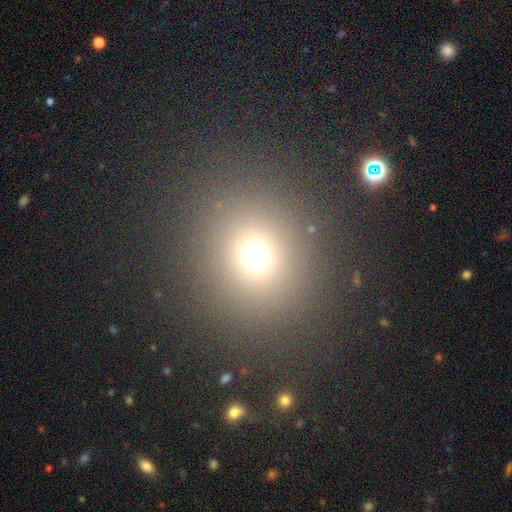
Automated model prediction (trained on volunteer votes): A smooth galaxy with no disk features (69%) that is round (82%).

Vote fractions:
- Smooth or featured? smooth: 69% / star or artifact: 22% / featured or disk: 9%
- How rounded? round: 82% / in between: 16% / cigar-shaped: 1%
- Merging? none: 87% / minor disturbance: 7% / major disturbance: 4% / merger: 2%